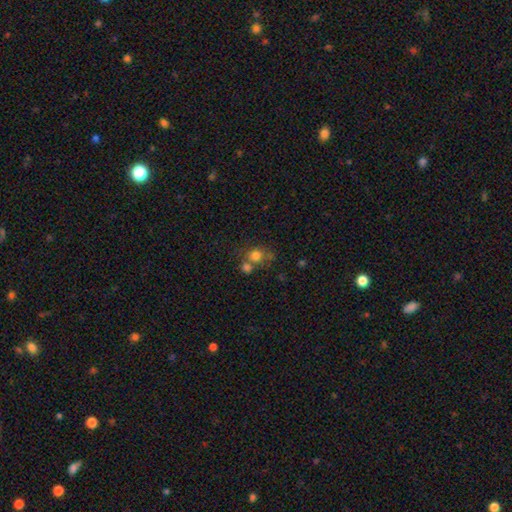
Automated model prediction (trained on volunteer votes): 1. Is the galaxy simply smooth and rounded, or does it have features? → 75% smooth, 14% star or artifact, 12% featured or disk.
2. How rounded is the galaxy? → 79% round, 20% in between, 1% cigar-shaped.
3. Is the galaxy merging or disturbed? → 47% none, 37% merger, 11% minor disturbance, 6% major disturbance.